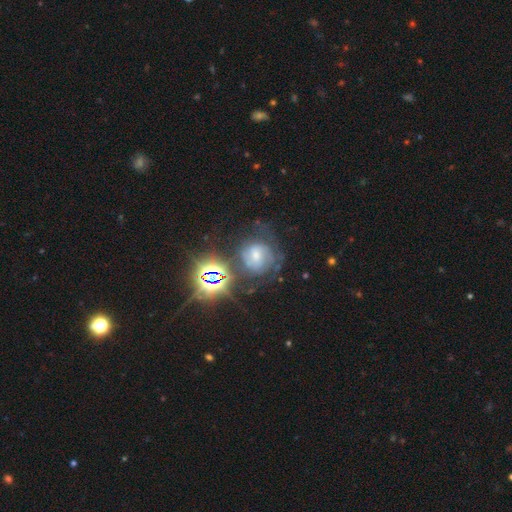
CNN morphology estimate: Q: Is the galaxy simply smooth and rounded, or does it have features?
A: featured or disk — 46%.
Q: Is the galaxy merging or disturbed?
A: none — 52%.